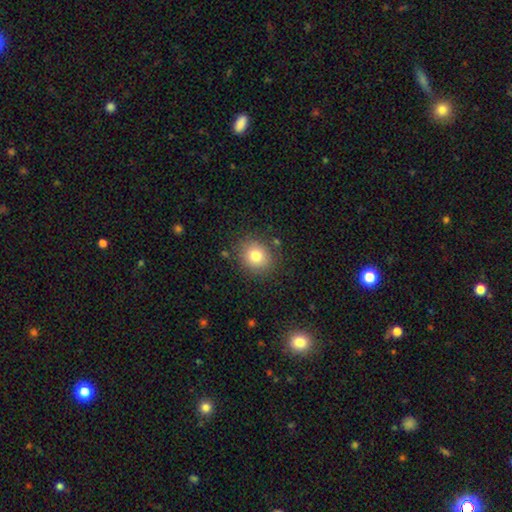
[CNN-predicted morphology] A smooth galaxy with no disk features (79%) that is round (77%). Merging: none (85%).